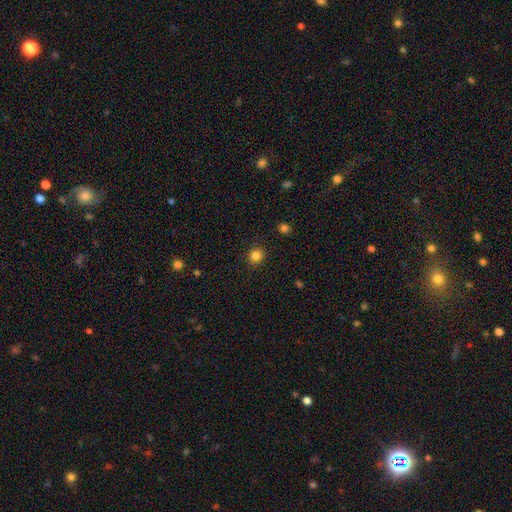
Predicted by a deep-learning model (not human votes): Smooth or featured?
  - smooth: 84% *
  - star or artifact: 12%
  - featured or disk: 4%
How rounded?
  - round: 88% *
  - in between: 11%
  - cigar-shaped: 1%
Merging?
  - none: 91% *
  - minor disturbance: 6%
  - major disturbance: 2%
  - merger: 1%